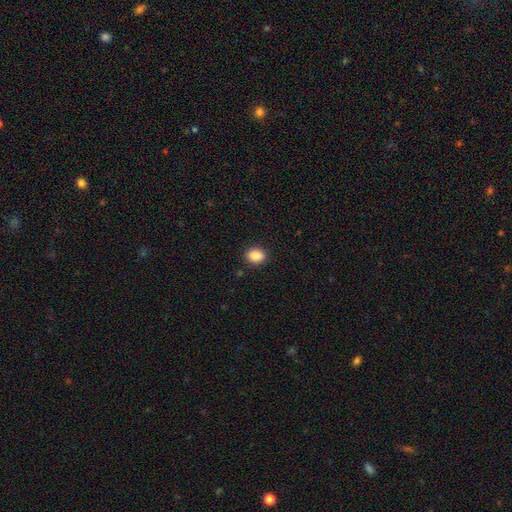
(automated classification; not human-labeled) Smooth or featured?
  - smooth: 89% *
  - star or artifact: 9%
  - featured or disk: 3%
How rounded?
  - in between: 58% *
  - round: 41%
  - cigar-shaped: 1%
Merging?
  - none: 90% *
  - minor disturbance: 7%
  - major disturbance: 2%
  - merger: 1%